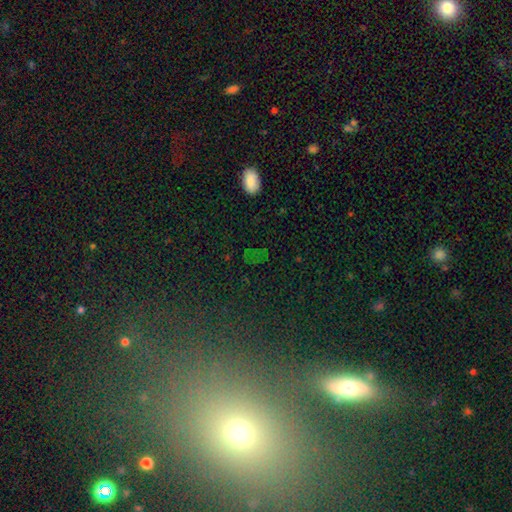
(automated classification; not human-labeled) The model was most divided on "smooth or featured": star or artifact: 46%, smooth: 42%, featured or disk: 13%.